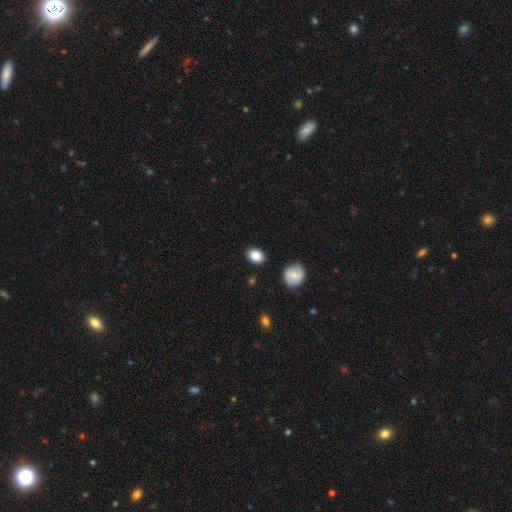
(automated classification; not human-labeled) This appears to be a smooth galaxy with no disk features (86%) that is in between round and cigar-shaped (70%). Merging: none (86%).